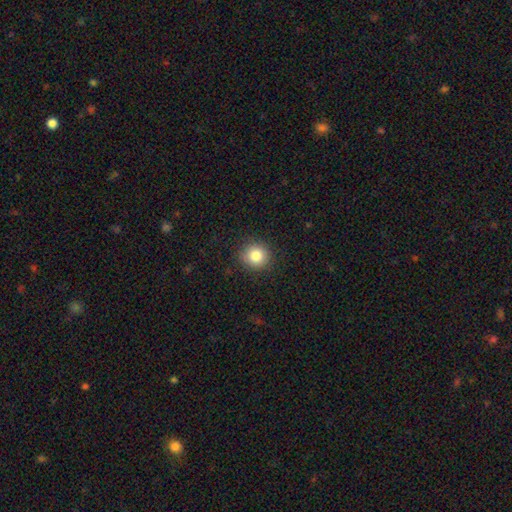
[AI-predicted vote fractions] This appears to be a smooth galaxy with no disk features (84%) that is round (90%). Merging: none (89%).